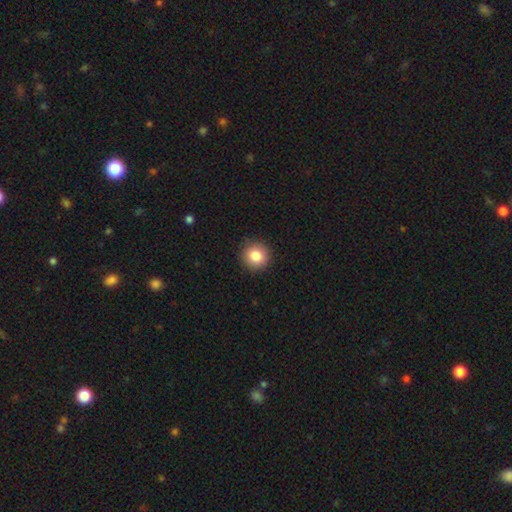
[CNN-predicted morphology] The model was most divided on "smooth or featured": smooth: 83%, star or artifact: 10%, featured or disk: 7%. More confident: how rounded — round (93%); merging — none (91%).